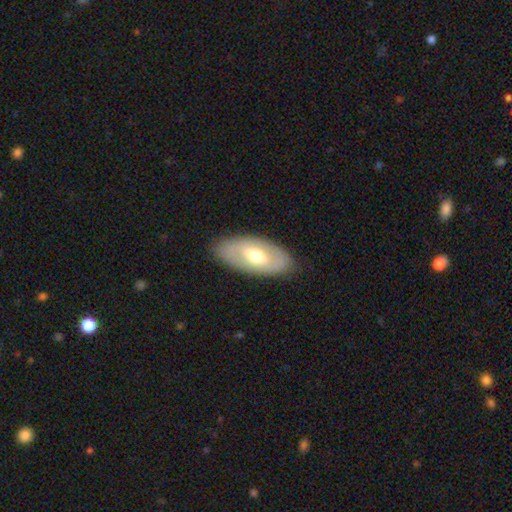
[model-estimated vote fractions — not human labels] Smooth or featured?
  - featured or disk: 50% *
  - smooth: 45%
  - star or artifact: 5%
Merging?
  - none: 84% *
  - minor disturbance: 11%
  - major disturbance: 3%
  - merger: 1%